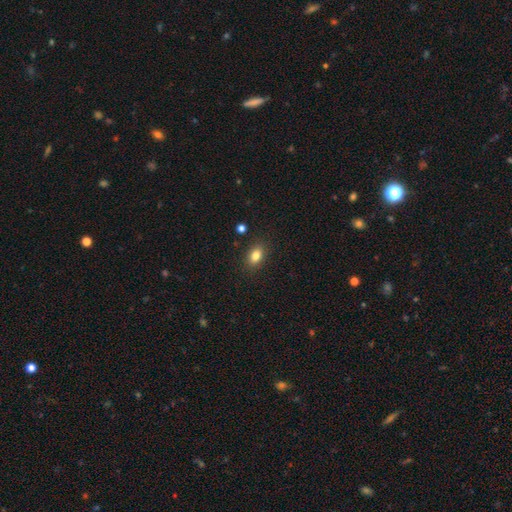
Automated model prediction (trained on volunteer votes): A smooth galaxy with no disk features (82%) that is in between round and cigar-shaped (82%).

Vote fractions:
- Smooth or featured? smooth: 82% / star or artifact: 10% / featured or disk: 8%
- How rounded? in between: 82% / round: 16% / cigar-shaped: 2%
- Merging? none: 87% / minor disturbance: 9% / major disturbance: 2% / merger: 2%